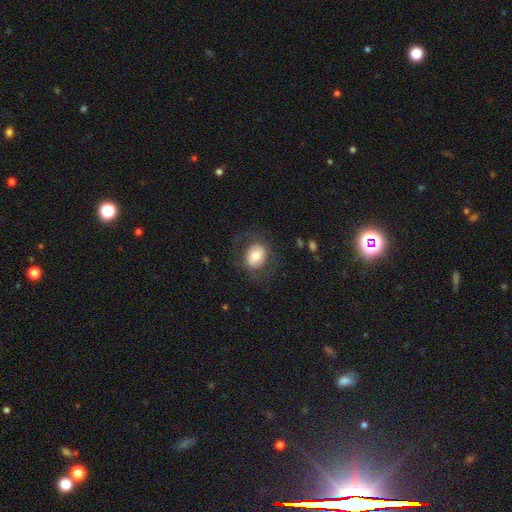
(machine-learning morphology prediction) smooth 66%, featured or disk 26%, star or artifact 8%. Down the decision tree: how rounded — round (54%); merging — none (74%).